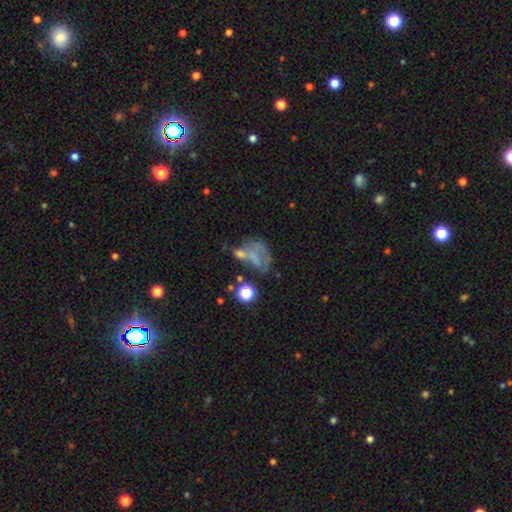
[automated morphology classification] A featured or disk galaxy (43%).

Vote fractions:
- Smooth or featured? featured or disk: 43% / smooth: 37% / star or artifact: 20%
- Merging? major disturbance: 36% / none: 27% / merger: 19% / minor disturbance: 18%